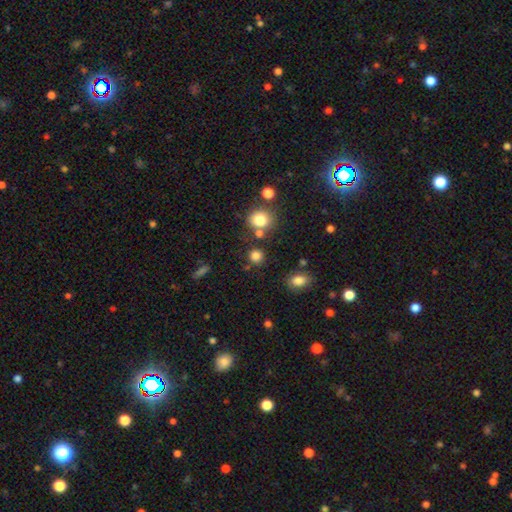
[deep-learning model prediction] Overall: smooth (81%). How rounded: round (87%). Merging: none (76%).